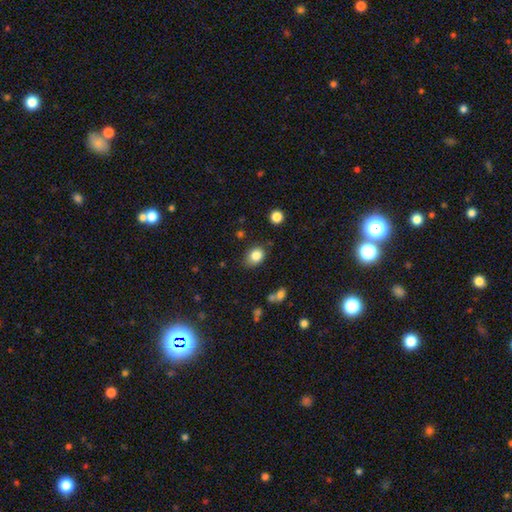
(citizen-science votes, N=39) Overall: smooth (82%). How rounded: in between (81%). Merging: none (66%).